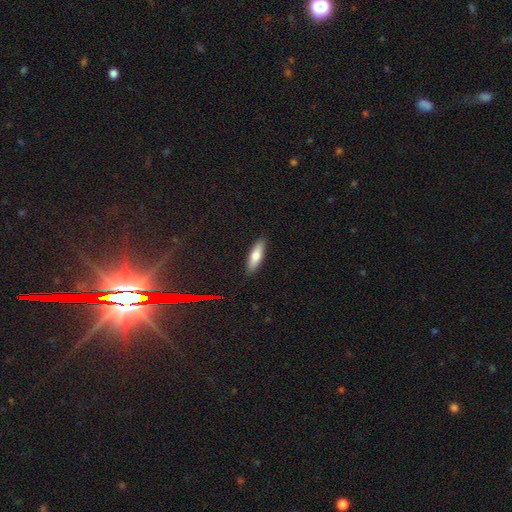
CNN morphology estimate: This appears to be a smooth galaxy with no disk features (75%) that is cigar-shaped (51%). Merging: none (89%).